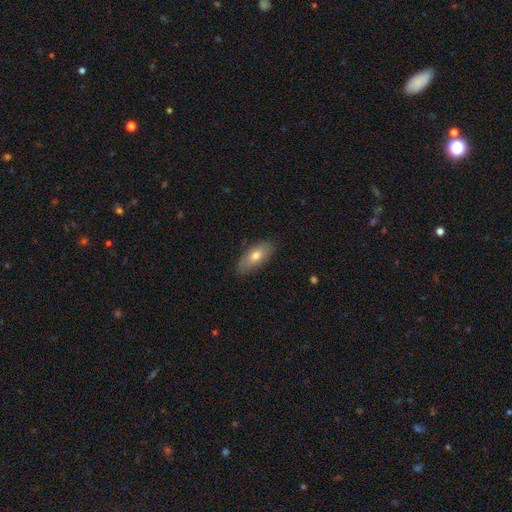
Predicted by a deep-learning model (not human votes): Smooth or featured?
  - smooth: 73% *
  - featured or disk: 21%
  - star or artifact: 6%
How rounded?
  - in between: 83% *
  - cigar-shaped: 14%
  - round: 3%
Merging?
  - none: 83% *
  - minor disturbance: 13%
  - major disturbance: 2%
  - merger: 1%